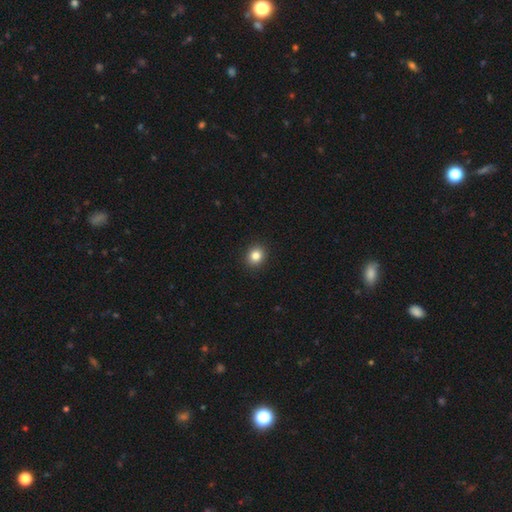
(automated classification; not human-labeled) Smooth or featured?
  - smooth: 83% *
  - star or artifact: 11%
  - featured or disk: 6%
How rounded?
  - round: 77% *
  - in between: 22%
  - cigar-shaped: 1%
Merging?
  - none: 92% *
  - minor disturbance: 5%
  - major disturbance: 2%
  - merger: 1%